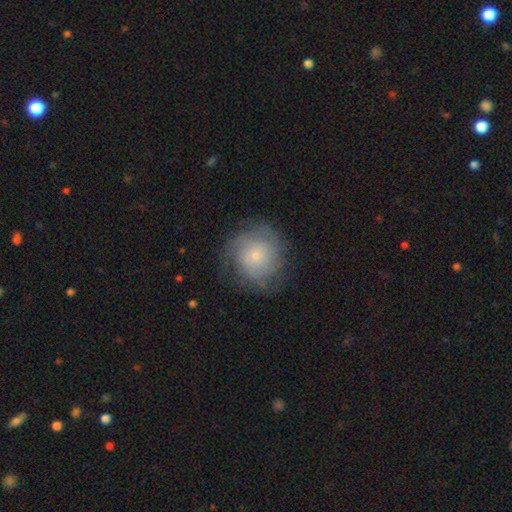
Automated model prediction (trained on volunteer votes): Morphology: type=smooth (46%); merging=none (70%).